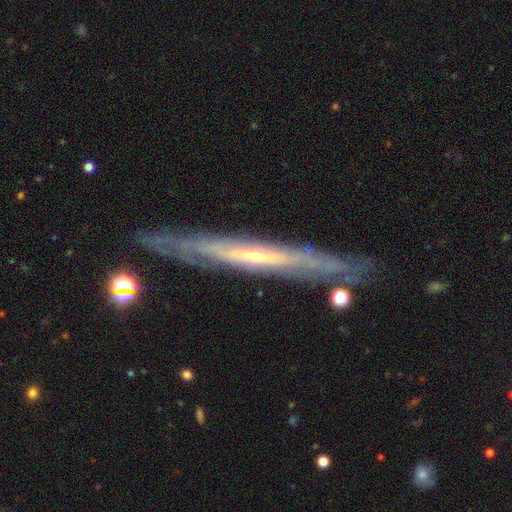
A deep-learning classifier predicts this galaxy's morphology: smooth_or_featured: featured or disk (p=0.77) [alt: smooth p=0.16]
disk_edge_on: yes (p=0.83) [alt: no p=0.17]
edge_on_bulge: none (p=0.56) [alt: rounded p=0.41]
merging: none (p=0.82) [alt: minor disturbance p=0.13]